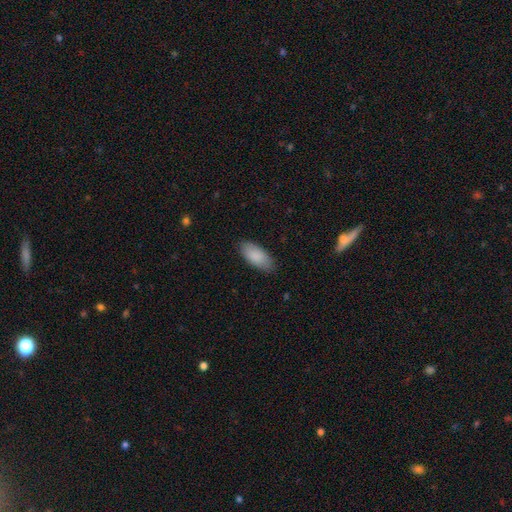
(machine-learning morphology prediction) Overall: smooth (89%). How rounded: in between (91%). Merging: none (85%).